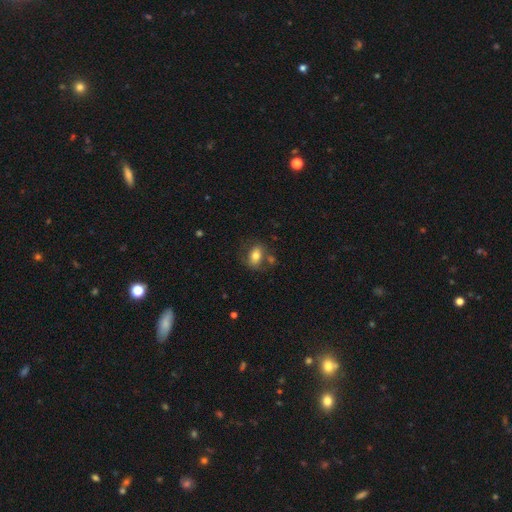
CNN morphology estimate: smooth 72%, featured or disk 20%, star or artifact 9%. Down the decision tree: how rounded — in between (77%); merging — none (61%).